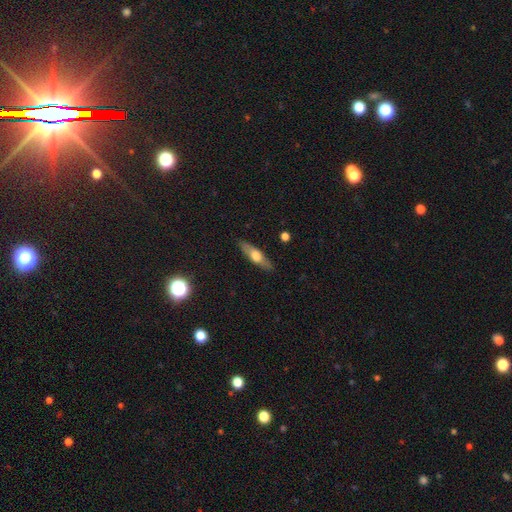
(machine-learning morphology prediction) type=smooth (47%, tied with featured or disk); merging=none (87%).